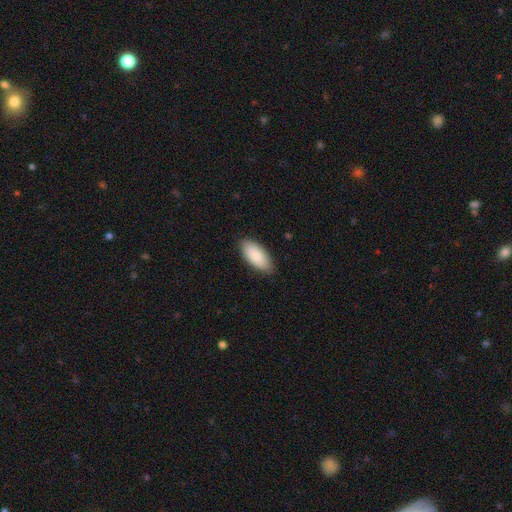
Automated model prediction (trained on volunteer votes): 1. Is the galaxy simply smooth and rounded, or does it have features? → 82% smooth, 12% featured or disk, 6% star or artifact.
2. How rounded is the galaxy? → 91% in between, 7% cigar-shaped, 2% round.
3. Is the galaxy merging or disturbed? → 85% none, 12% minor disturbance, 2% major disturbance, 1% merger.